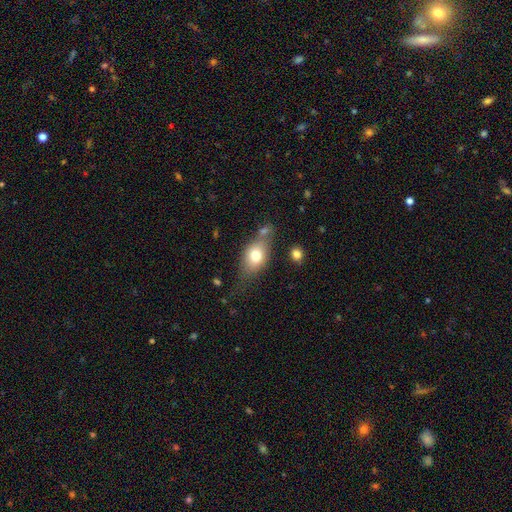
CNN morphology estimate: Smooth or featured? Predicted: smooth (p=0.72). How rounded? Predicted: in between (p=0.75). Merging? Predicted: none (p=0.49).